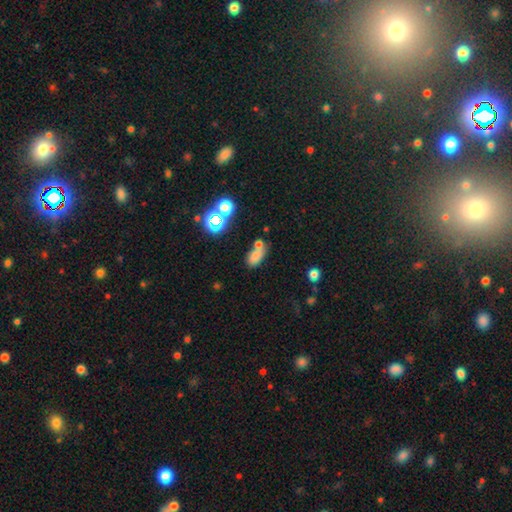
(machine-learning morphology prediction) A smooth galaxy with no disk features (71%) that is in between round and cigar-shaped (83%). Merging: none (41%).